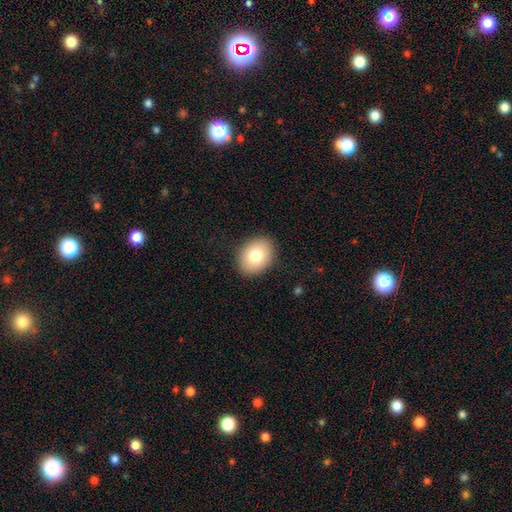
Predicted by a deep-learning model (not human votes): Smooth or featured? smooth (79%)
How rounded? in between (58%)
Merging? none (89%)